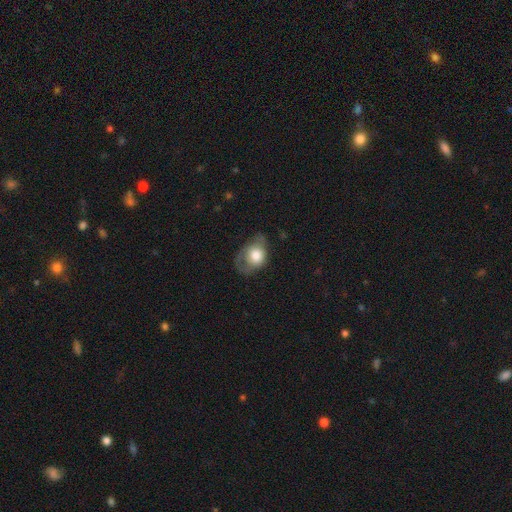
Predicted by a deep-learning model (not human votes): Q: Smooth or featured?
A: smooth (65%); runner-up: featured or disk (27%)
Q: How rounded?
A: in between (61%); runner-up: round (38%)
Q: Merging?
A: major disturbance (34%); runner-up: minor disturbance (33%)